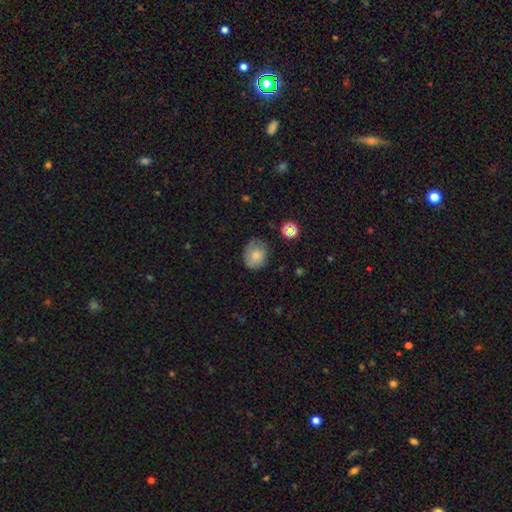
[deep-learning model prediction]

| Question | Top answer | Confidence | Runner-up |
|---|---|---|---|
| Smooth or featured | smooth | 78% | featured or disk (12%) |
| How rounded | round | 67% | in between (32%) |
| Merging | none | 73% | minor disturbance (20%) |